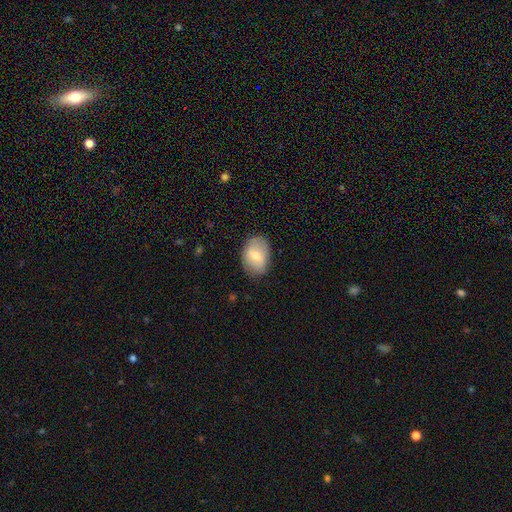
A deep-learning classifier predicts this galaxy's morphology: Overall: smooth (68%). How rounded: in between (81%). Merging: none (78%).